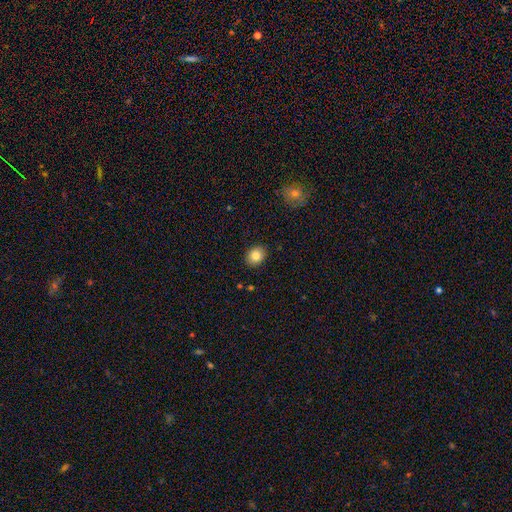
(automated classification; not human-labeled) Smooth or featured? smooth (83%)
How rounded? round (67%)
Merging? none (90%)